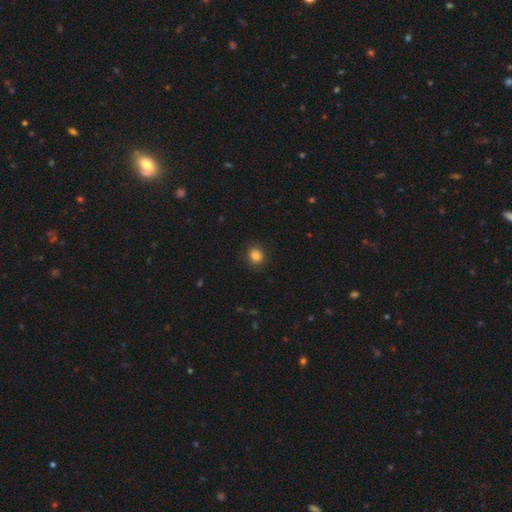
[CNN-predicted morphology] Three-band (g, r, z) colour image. It shows a smooth galaxy with no disk features (85%) that is round (76%). Merging: none (90%).